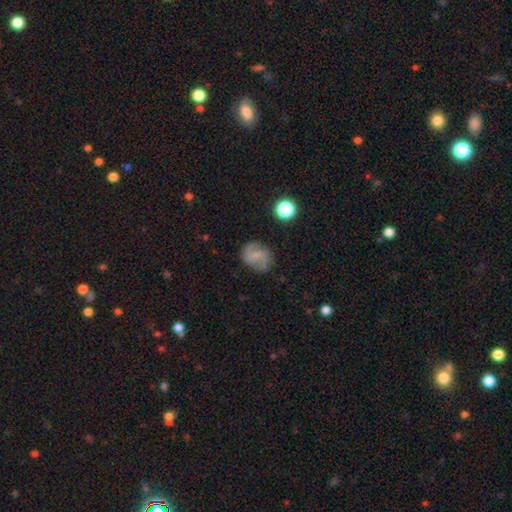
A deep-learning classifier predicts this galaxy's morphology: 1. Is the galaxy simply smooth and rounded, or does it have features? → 56% featured or disk, 35% smooth, 9% star or artifact.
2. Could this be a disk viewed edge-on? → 98% no, 2% yes.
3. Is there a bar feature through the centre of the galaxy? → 49% weak, 36% no, 15% strong.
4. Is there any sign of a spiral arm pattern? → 87% yes, 13% no.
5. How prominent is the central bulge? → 53% small, 25% none, 19% moderate, 2% large, 1% dominant.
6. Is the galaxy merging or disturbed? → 76% none, 16% minor disturbance, 6% major disturbance, 2% merger.